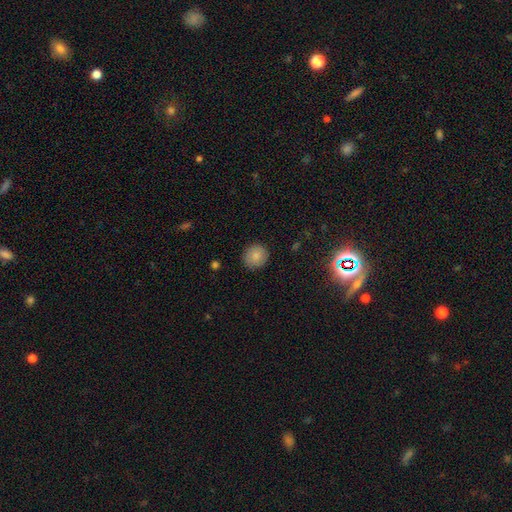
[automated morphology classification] This is clearly a smooth galaxy (84%). How rounded: clearly round (90%). Merging: clearly none (88%).